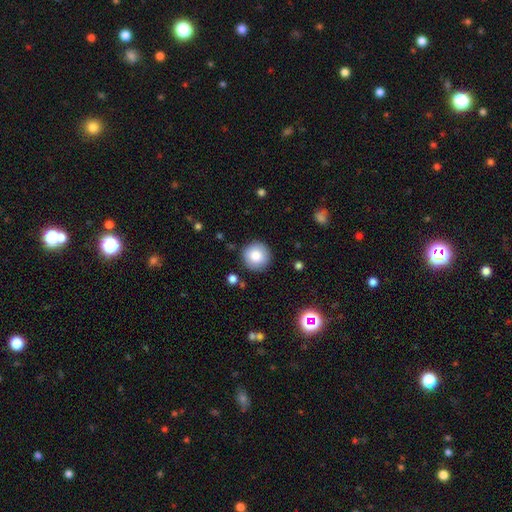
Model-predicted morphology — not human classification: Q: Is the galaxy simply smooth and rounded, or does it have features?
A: smooth — 83%.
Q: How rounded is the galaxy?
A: round — 95%.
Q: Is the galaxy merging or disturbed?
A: none — 90%.